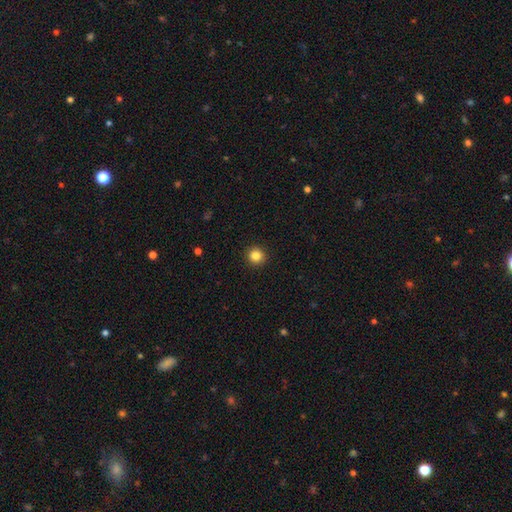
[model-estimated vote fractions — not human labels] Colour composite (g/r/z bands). It shows a smooth galaxy with no disk features (84%) that is round (94%). Merging: none (93%).